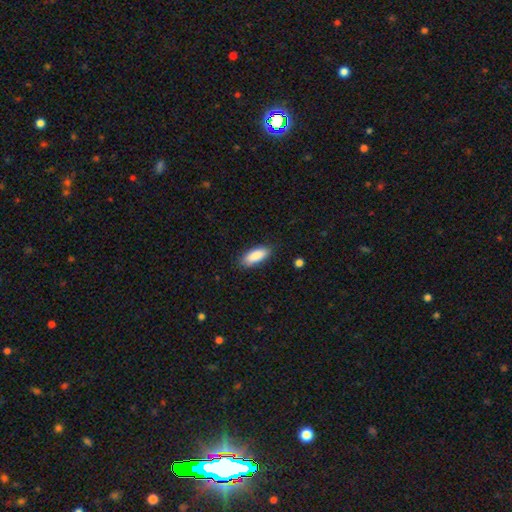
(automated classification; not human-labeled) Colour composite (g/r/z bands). It shows a smooth galaxy with no disk features (88%) that is in between round and cigar-shaped (79%). Merging: none (83%).